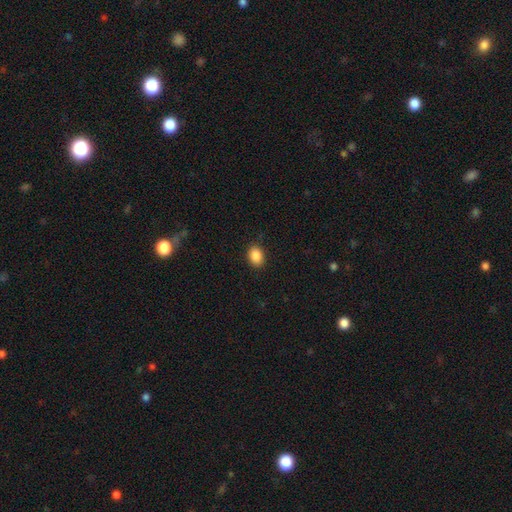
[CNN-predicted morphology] This is clearly a smooth galaxy (88%). How rounded: likely in between (70%). Merging: clearly none (88%).